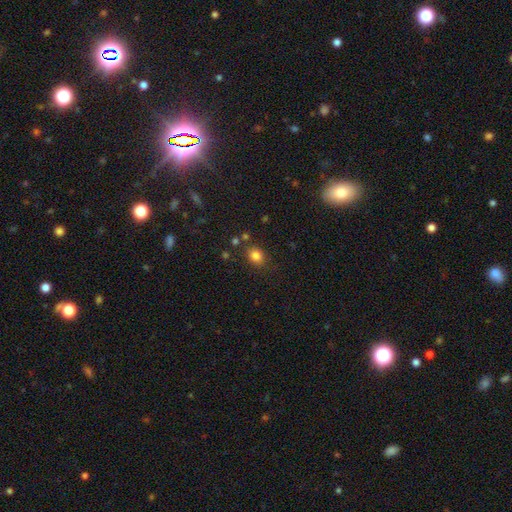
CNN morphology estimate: smooth-or-featured: smooth: 82% | star or artifact: 13% | featured or disk: 6%
  how-rounded: round: 59% | in between: 40% | cigar-shaped: 1%
  merging: none: 80% | minor disturbance: 11% | merger: 5% | major disturbance: 4%